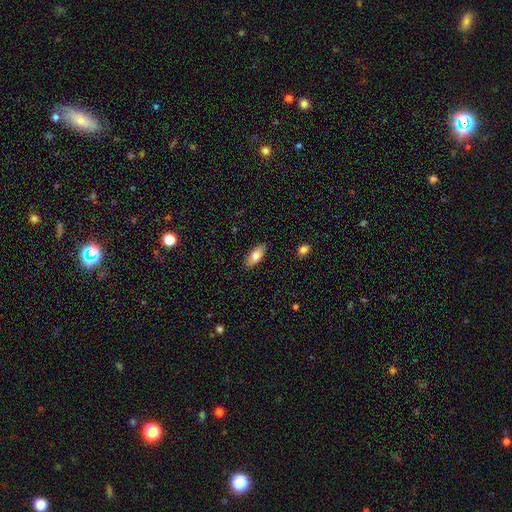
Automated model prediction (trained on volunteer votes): Morphology: type=smooth (76%); roundness=in between (82%); merging=none (87%).